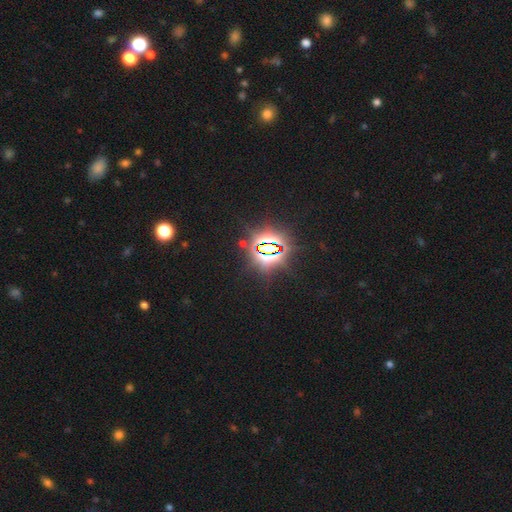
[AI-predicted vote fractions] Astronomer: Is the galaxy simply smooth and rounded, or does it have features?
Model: star or artifact — 84%.